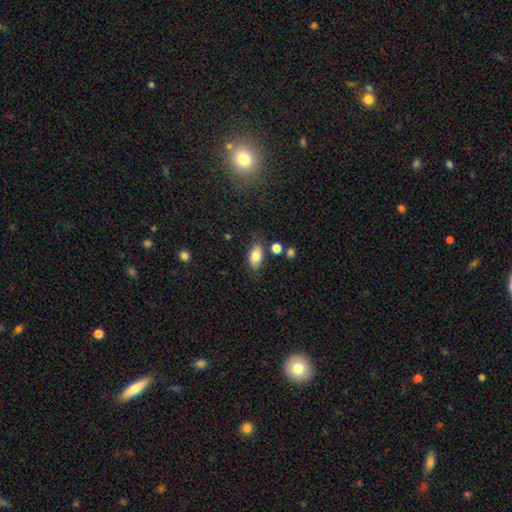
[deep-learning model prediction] The model was most divided on "merging": none: 78%, minor disturbance: 14%, merger: 5%, major disturbance: 4%. More confident: how rounded — in between (91%); smooth or featured — smooth (81%).